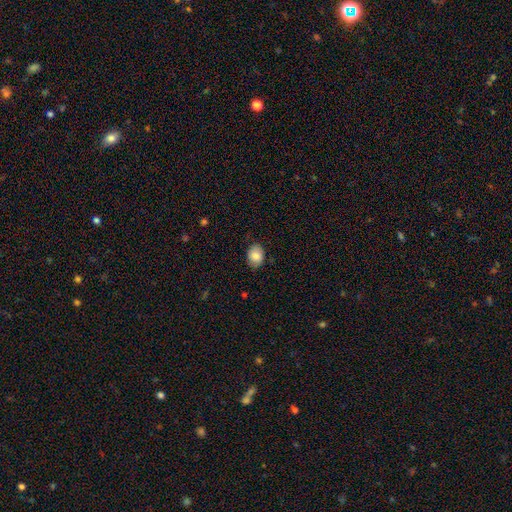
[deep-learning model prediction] smooth_or_featured: smooth (p=0.85) [alt: featured or disk p=0.08]
how_rounded: in between (p=0.63) [alt: round p=0.36]
merging: none (p=0.81) [alt: minor disturbance p=0.15]